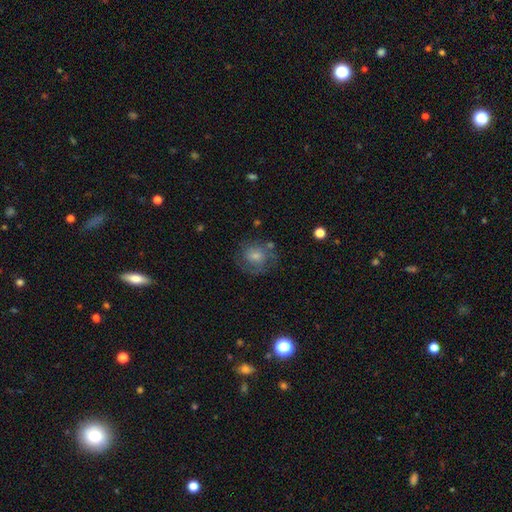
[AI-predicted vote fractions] smooth_or_featured: smooth (p=0.50) [alt: featured or disk p=0.41]
how_rounded: round (p=0.73) [alt: in between p=0.26]
merging: none (p=0.61) [alt: minor disturbance p=0.21]